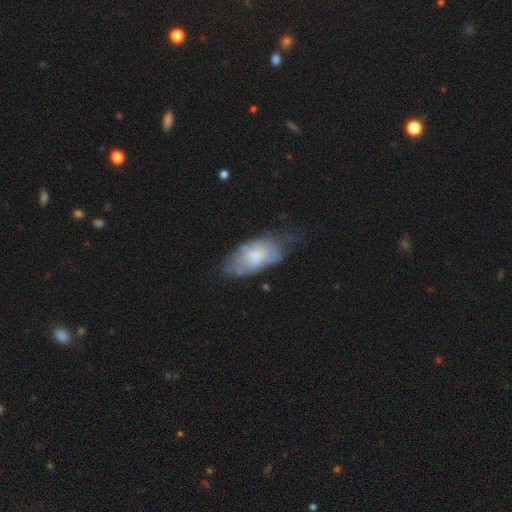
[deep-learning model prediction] Smooth or featured: smooth — 54% (featured or disk — 38%)
How rounded: in between — 92% (cigar-shaped — 5%)
Merging: none — 39% (minor disturbance — 36%)